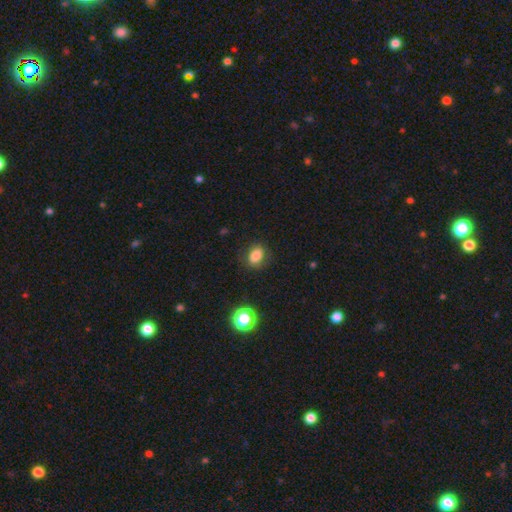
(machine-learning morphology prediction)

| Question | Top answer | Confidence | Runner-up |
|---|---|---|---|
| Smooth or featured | smooth | 82% | star or artifact (11%) |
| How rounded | in between | 69% | round (30%) |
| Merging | none | 81% | minor disturbance (13%) |